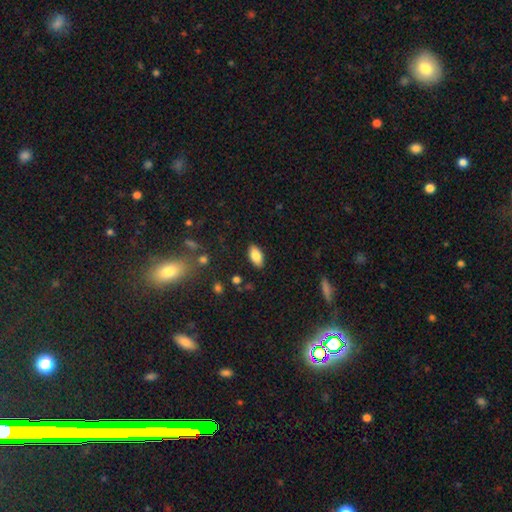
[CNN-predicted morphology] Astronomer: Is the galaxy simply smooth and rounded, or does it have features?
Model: smooth — 83%.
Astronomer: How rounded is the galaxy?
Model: in between — 92%.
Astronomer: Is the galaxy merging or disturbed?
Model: none — 87%.